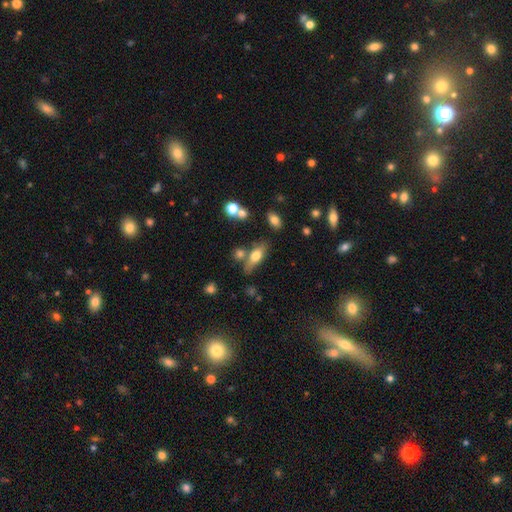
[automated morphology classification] smooth_or_featured: smooth (p=0.64) [alt: featured or disk p=0.28]
how_rounded: in between (p=0.65) [alt: cigar-shaped p=0.31]
merging: none (p=0.61) [alt: merger p=0.17]